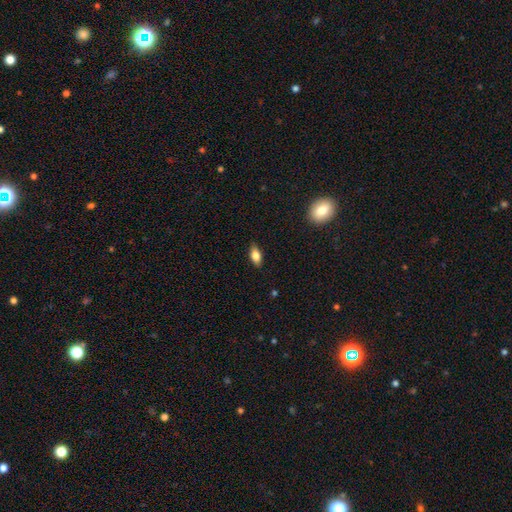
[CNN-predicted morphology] This appears to be a smooth galaxy with no disk features (78%) that is in between round and cigar-shaped (85%). Merging: none (84%).